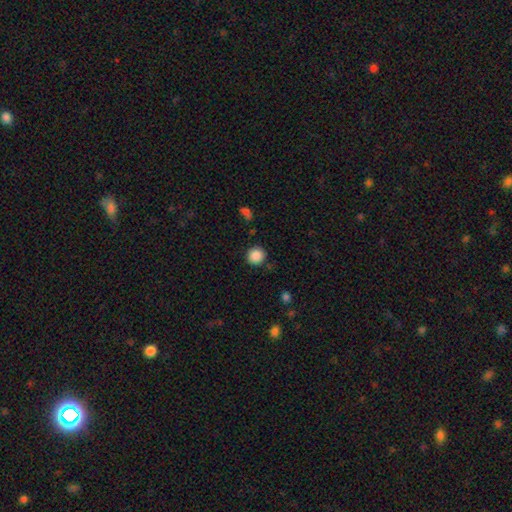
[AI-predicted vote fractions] smooth-or-featured: smooth: 88% | star or artifact: 9% | featured or disk: 3%
  how-rounded: round: 92% | in between: 7% | cigar-shaped: 1%
  merging: none: 88% | minor disturbance: 7% | major disturbance: 3% | merger: 2%